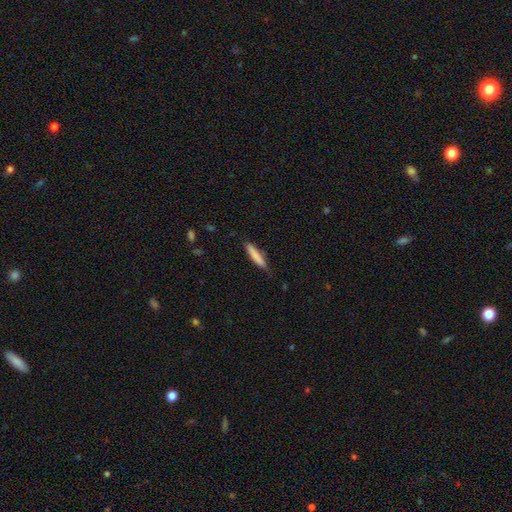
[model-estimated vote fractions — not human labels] This appears to be a smooth galaxy with no disk features (82%) that is cigar-shaped (88%). Merging: none (76%).